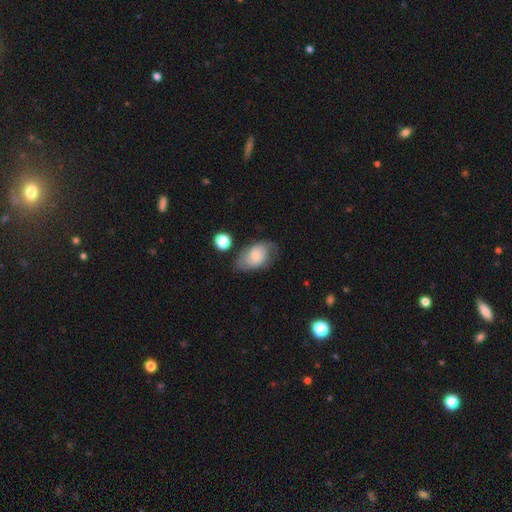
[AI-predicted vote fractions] smooth_or_featured: smooth (p=0.60) [alt: featured or disk p=0.33]
how_rounded: in between (p=0.87) [alt: round p=0.11]
merging: none (p=0.57) [alt: minor disturbance p=0.27]